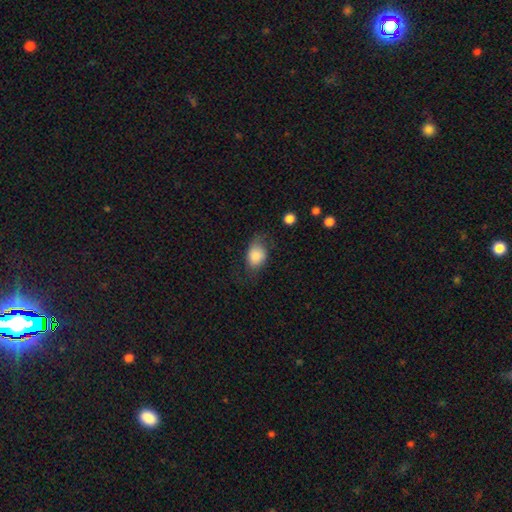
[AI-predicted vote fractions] Smooth or featured? smooth (81%)
How rounded? in between (73%)
Merging? none (57%)